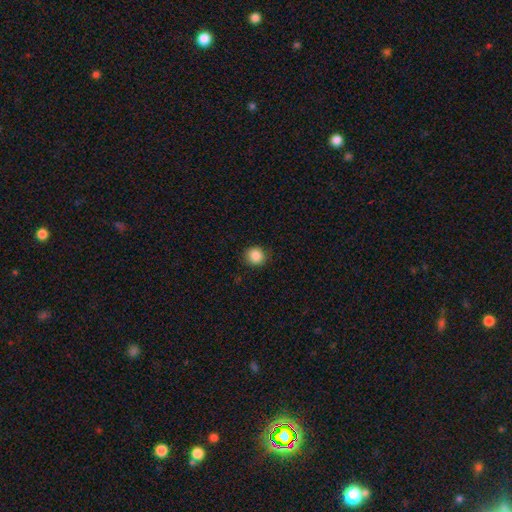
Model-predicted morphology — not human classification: type=smooth (87%); roundness=round (86%); merging=none (87%).